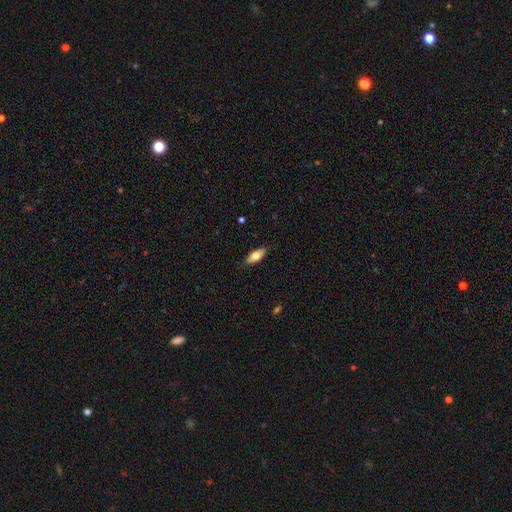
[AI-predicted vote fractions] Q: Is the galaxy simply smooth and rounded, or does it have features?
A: smooth — 69%.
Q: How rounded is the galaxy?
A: in between — 72%.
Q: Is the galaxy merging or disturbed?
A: none — 86%.